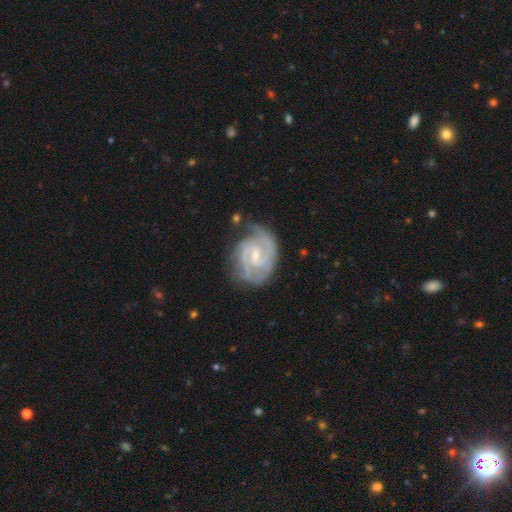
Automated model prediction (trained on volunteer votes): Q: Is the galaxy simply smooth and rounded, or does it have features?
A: featured or disk — 88%.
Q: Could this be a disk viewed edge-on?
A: no — 98%.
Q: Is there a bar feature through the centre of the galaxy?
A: weak — 60%.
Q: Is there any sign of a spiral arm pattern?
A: yes — 97%.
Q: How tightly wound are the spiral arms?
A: tight — 57%.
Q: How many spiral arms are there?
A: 2 — 58%.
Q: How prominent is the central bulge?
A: small — 62%.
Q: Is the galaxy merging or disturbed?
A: none — 65%.